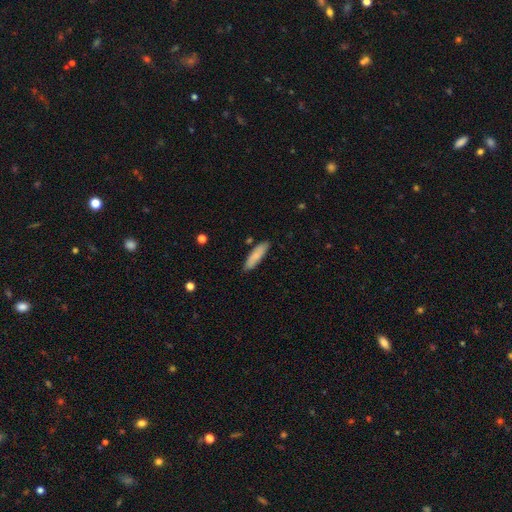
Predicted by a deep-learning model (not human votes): This appears to be a smooth galaxy with no disk features (82%) that is cigar-shaped (60%). Merging: none (84%).